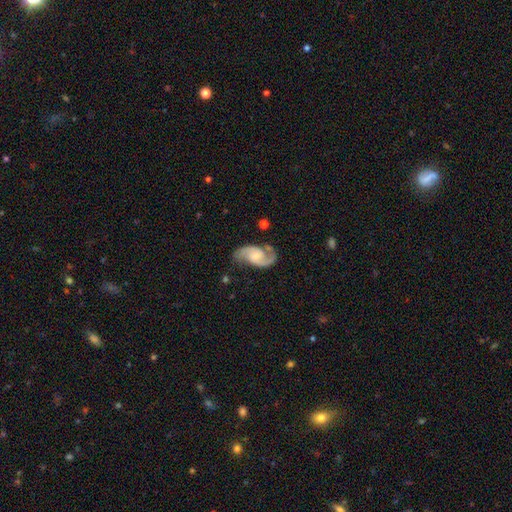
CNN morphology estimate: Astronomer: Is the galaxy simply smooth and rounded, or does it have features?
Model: featured or disk — 89%.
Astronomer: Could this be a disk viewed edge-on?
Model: no — 98%.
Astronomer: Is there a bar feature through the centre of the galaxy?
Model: no — 55% (runner-up: weak, 37%).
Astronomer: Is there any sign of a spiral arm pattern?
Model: yes — 98%.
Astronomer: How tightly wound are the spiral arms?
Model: medium — 55%.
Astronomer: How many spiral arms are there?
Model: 2 — 93%.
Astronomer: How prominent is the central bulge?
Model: small — 46% (runner-up: moderate, 36%).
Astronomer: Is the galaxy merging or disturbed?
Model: none — 75%.